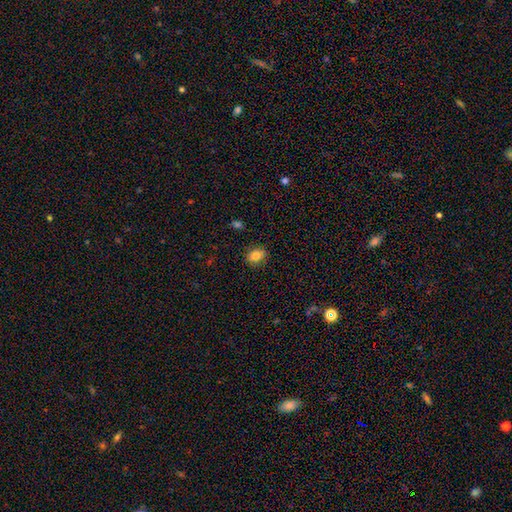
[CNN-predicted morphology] Smooth or featured: smooth — 83% (star or artifact — 10%)
How rounded: in between — 60% (round — 39%)
Merging: none — 86% (minor disturbance — 10%)